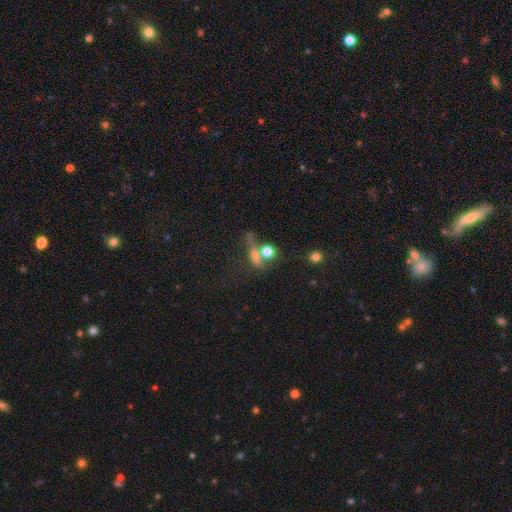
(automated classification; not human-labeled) The model was most divided on "merging": none: 40%, merger: 31%, major disturbance: 16%, minor disturbance: 14%. Remaining: smooth or featured — smooth (46%).